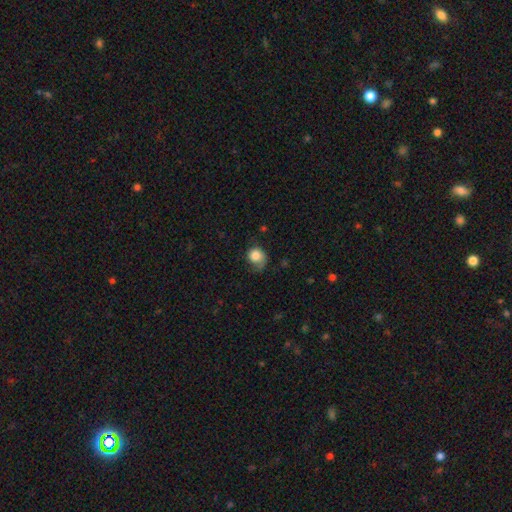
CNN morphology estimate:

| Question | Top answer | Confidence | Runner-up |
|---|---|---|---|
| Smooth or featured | smooth | 79% | featured or disk (12%) |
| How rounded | round | 73% | in between (26%) |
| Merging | none | 44% | minor disturbance (32%) |